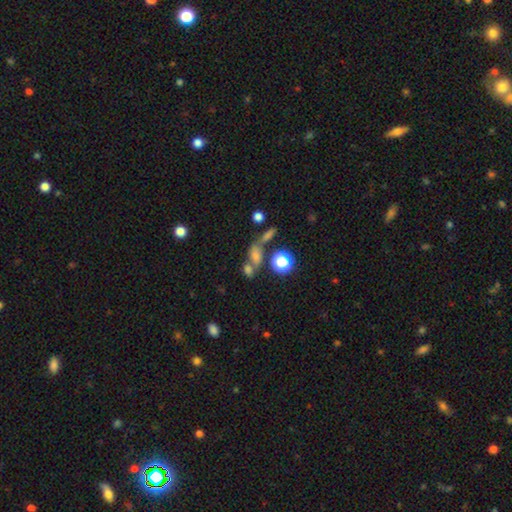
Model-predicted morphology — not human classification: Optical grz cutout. It shows a smooth galaxy with no disk features (54%) that is in between round and cigar-shaped (60%). Merging: none (39%).